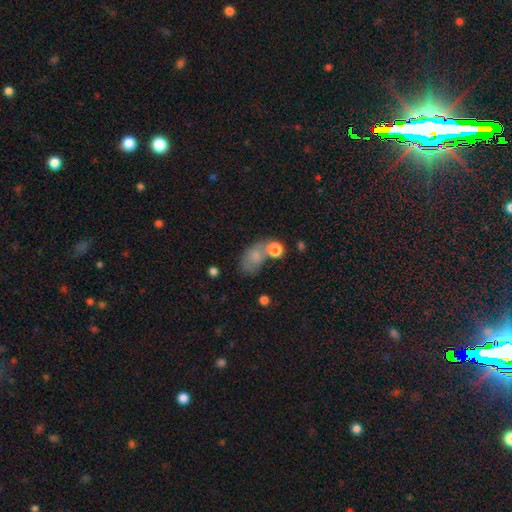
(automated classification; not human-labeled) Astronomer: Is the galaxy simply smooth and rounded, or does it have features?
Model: smooth — 70%.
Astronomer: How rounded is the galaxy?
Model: in between — 80%.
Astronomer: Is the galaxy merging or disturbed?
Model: none — 35% (runner-up: merger, 25%).